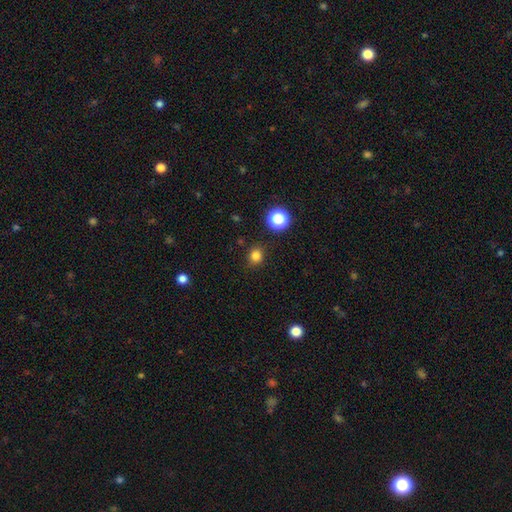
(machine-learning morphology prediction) A smooth galaxy with no disk features (81%) that is round (80%). Merging: none (88%).